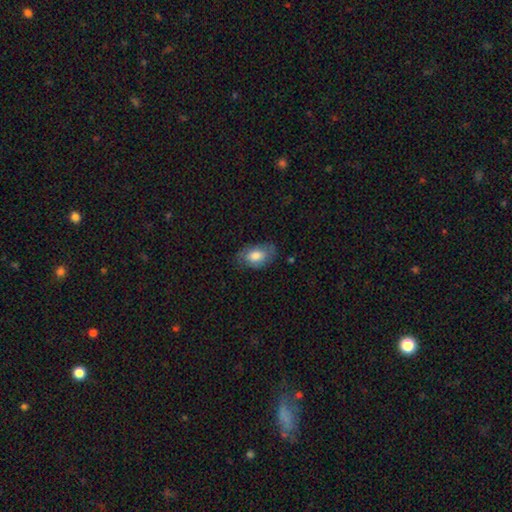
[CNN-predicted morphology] A smooth galaxy with no disk features (73%) that is in between round and cigar-shaped (89%).

Vote fractions:
- Smooth or featured? smooth: 73% / featured or disk: 20% / star or artifact: 7%
- How rounded? in between: 89% / round: 10% / cigar-shaped: 1%
- Merging? none: 65% / minor disturbance: 25% / major disturbance: 8% / merger: 1%